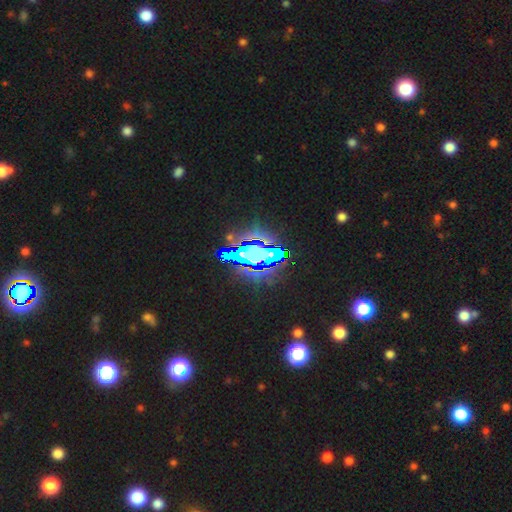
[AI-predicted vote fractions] Overall: star or artifact (74%).